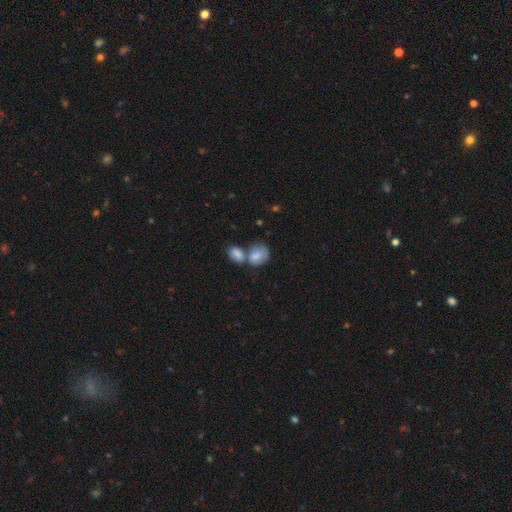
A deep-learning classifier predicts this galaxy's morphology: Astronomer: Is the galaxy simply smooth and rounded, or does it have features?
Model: smooth — 73%.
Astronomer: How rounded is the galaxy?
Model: round — 52% (runner-up: in between, 47%).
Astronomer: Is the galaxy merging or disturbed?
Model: merger — 52% (runner-up: none, 33%).